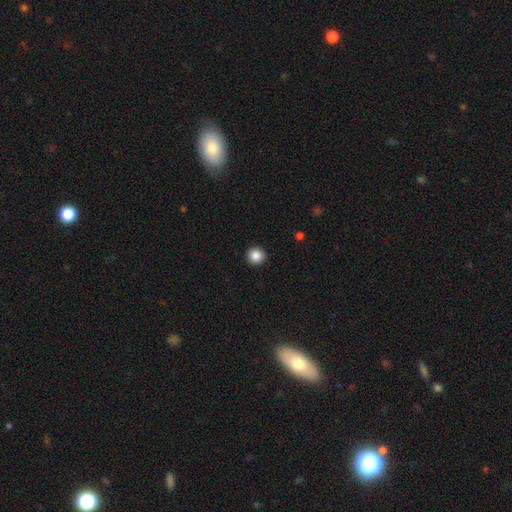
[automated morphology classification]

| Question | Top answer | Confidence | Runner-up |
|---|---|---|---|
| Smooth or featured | smooth | 87% | star or artifact (10%) |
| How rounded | round | 94% | in between (5%) |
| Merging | none | 93% | minor disturbance (5%) |